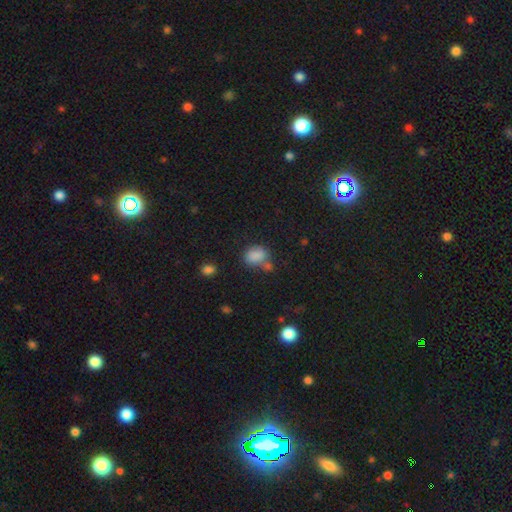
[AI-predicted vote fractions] smooth 82%, star or artifact 11%, featured or disk 7%. Down the decision tree: how rounded — in between (67%); merging — none (50%).